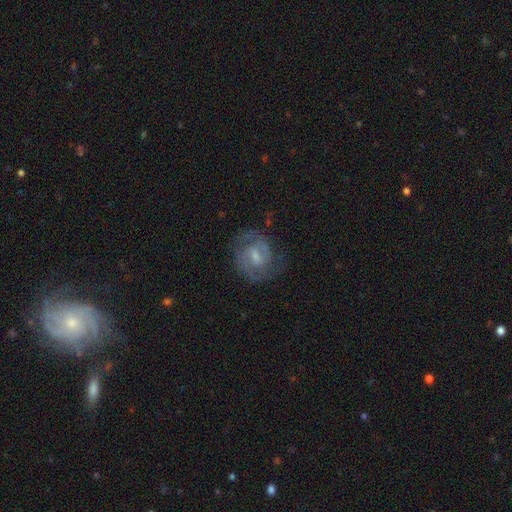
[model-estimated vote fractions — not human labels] A featured or disk galaxy (81%) with a weak bar (61%), 2 (77%) medium (47%) spiral arms (94%) and a small central bulge (50%).

Vote fractions:
- Smooth or featured? featured or disk: 81% / smooth: 13% / star or artifact: 6%
- Edge-on disk? no: 98% / yes: 2%
- Bar? weak: 61% / no: 24% / strong: 15%
- Spiral arms? yes: 94% / no: 6%
- Spiral winding? medium: 47% / tight: 42% / loose: 11%
- Spiral arm count? 2: 77% / can't tell: 11% / 3: 6% / 1: 3% / 4: 2% / more than 4: 2%
- Bulge size? small: 50% / moderate: 36% / none: 10% / large: 3% / dominant: 1%
- Merging? none: 71% / minor disturbance: 18% / major disturbance: 10% / merger: 1%